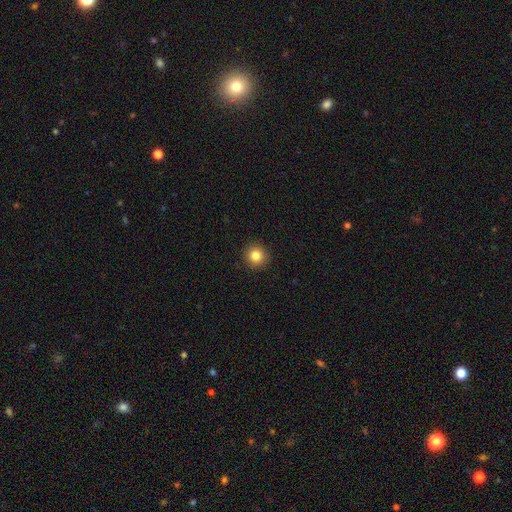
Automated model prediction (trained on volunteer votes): smooth_or_featured: smooth (p=0.83) [alt: star or artifact p=0.11]
how_rounded: round (p=0.95) [alt: in between p=0.04]
merging: none (p=0.93) [alt: minor disturbance p=0.05]